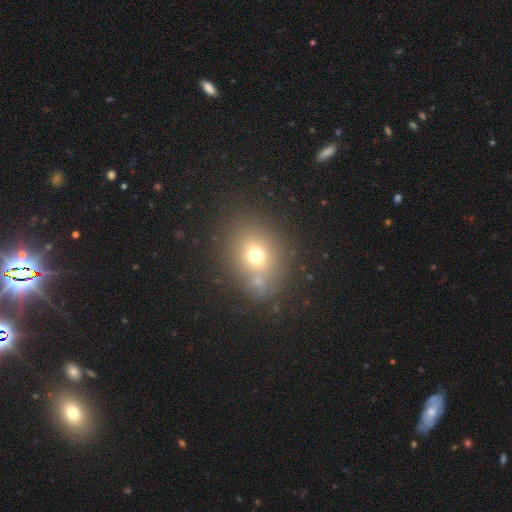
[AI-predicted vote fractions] Smooth or featured? Predicted: smooth (p=0.67). How rounded? Predicted: round (p=0.66). Merging? Predicted: none (p=0.72).